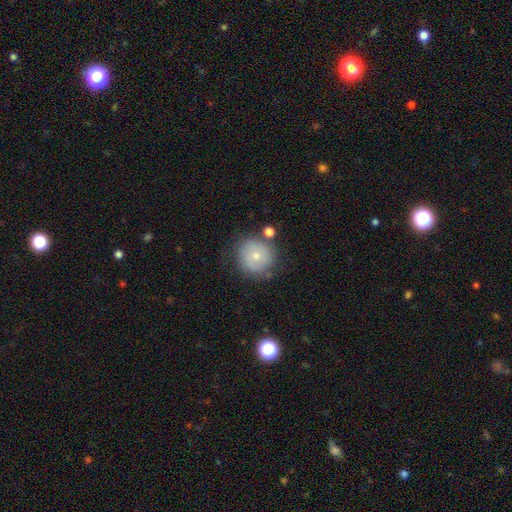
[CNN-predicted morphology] Smooth or featured? smooth (64%)
How rounded? round (92%)
Merging? none (73%)